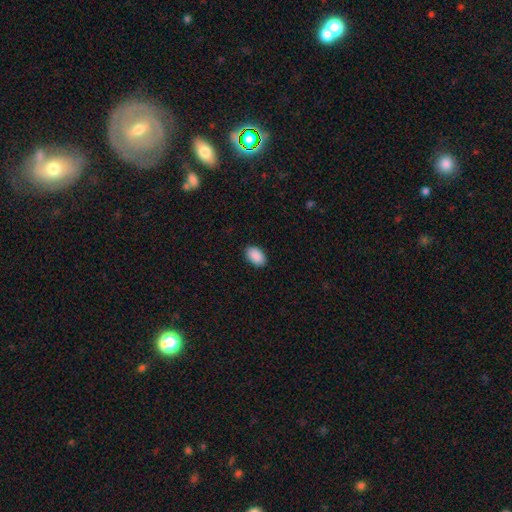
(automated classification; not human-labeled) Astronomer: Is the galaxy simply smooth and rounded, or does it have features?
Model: smooth — 91%.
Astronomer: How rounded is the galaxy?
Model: in between — 91%.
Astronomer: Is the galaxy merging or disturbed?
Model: none — 89%.